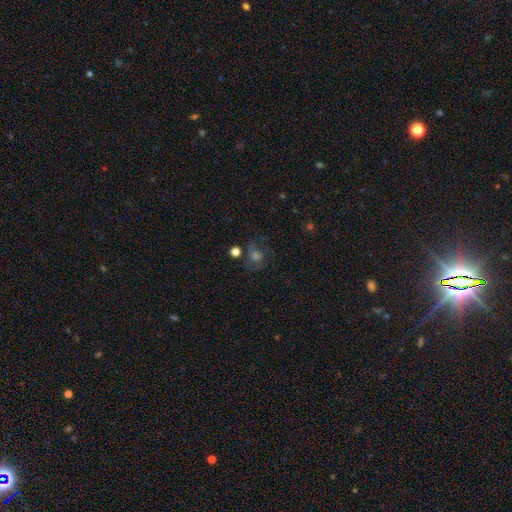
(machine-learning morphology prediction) Smooth or featured?
  - featured or disk: 48% *
  - smooth: 26%
  - star or artifact: 26%
Merging?
  - none: 62% *
  - minor disturbance: 17%
  - major disturbance: 15%
  - merger: 5%